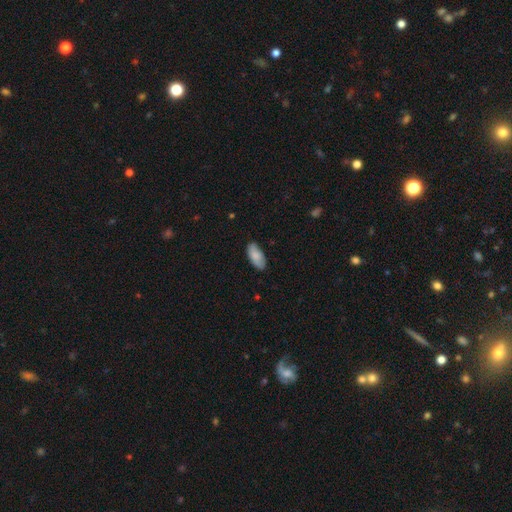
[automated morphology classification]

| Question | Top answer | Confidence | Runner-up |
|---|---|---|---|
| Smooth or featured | smooth | 81% | featured or disk (13%) |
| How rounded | in between | 90% | cigar-shaped (8%) |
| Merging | none | 78% | minor disturbance (18%) |